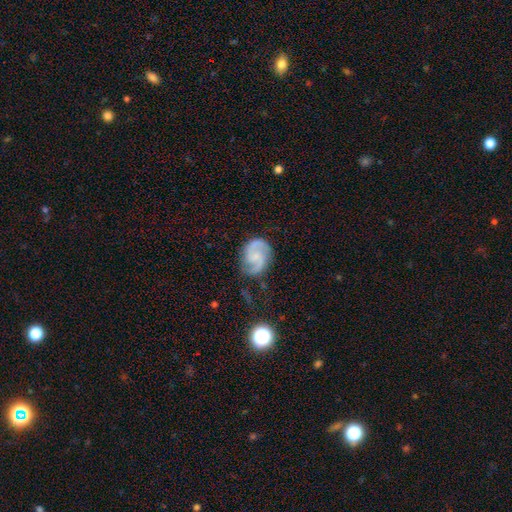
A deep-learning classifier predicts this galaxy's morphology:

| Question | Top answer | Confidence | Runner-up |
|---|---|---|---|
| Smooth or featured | featured or disk | 85% | smooth (9%) |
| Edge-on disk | no | 98% | yes (2%) |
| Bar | no | 51% | weak (41%) |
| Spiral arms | yes | 97% | no (3%) |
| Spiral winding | medium | 56% | loose (24%) |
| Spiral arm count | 2 | 90% | can't tell (3%) |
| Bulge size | none | 43% | small (38%) |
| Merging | none | 75% | minor disturbance (17%) |